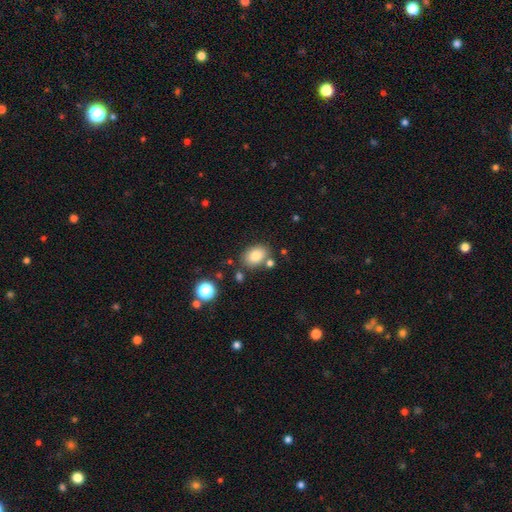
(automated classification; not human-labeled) smooth_or_featured: smooth (p=0.82) [alt: star or artifact p=0.09]
how_rounded: in between (p=0.80) [alt: round p=0.19]
merging: none (p=0.74) [alt: minor disturbance p=0.13]